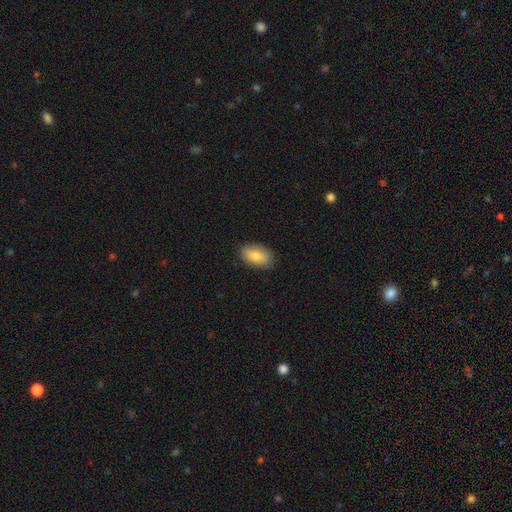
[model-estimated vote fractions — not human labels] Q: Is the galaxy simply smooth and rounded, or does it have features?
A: smooth — 80%.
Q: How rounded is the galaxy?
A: in between — 92%.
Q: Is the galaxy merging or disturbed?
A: none — 86%.